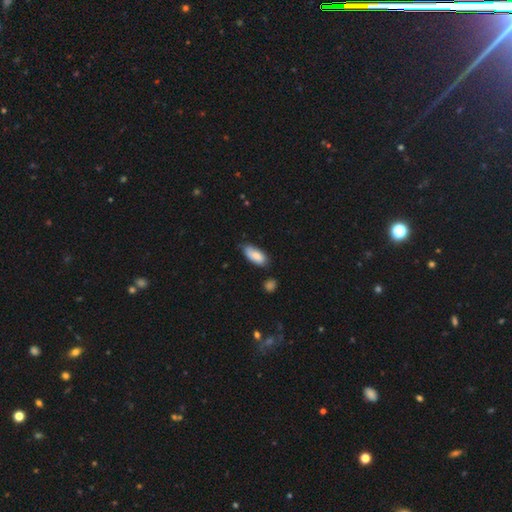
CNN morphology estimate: Smooth or featured? smooth (83%)
How rounded? in between (87%)
Merging? none (65%)